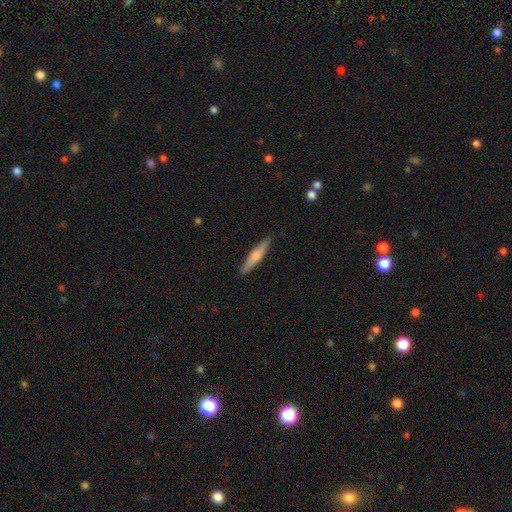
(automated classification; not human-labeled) Q: Smooth or featured?
A: smooth (68%); runner-up: featured or disk (27%)
Q: How rounded?
A: cigar-shaped (90%); runner-up: in between (8%)
Q: Merging?
A: none (89%); runner-up: minor disturbance (8%)